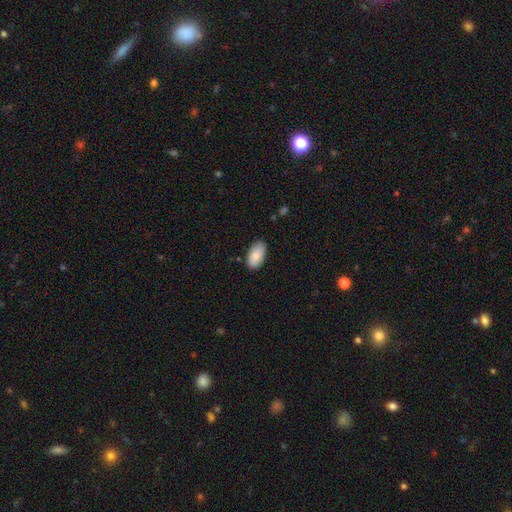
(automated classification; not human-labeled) Q: Smooth or featured?
A: smooth (83%); runner-up: featured or disk (11%)
Q: How rounded?
A: in between (95%); runner-up: round (3%)
Q: Merging?
A: none (82%); runner-up: minor disturbance (14%)